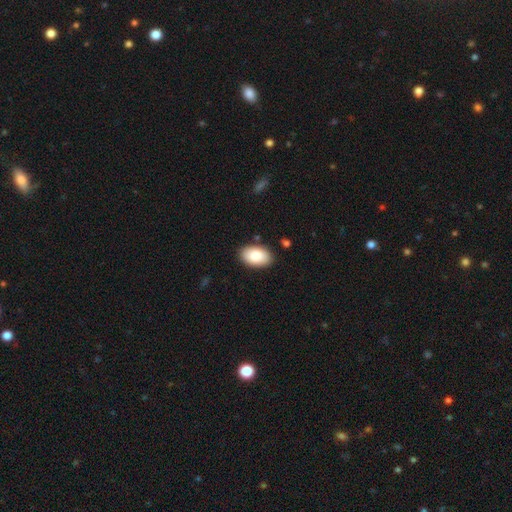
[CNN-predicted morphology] Smooth or featured?
  - smooth: 85% *
  - featured or disk: 8%
  - star or artifact: 6%
How rounded?
  - in between: 93% *
  - round: 6%
  - cigar-shaped: 1%
Merging?
  - none: 87% *
  - minor disturbance: 9%
  - major disturbance: 2%
  - merger: 2%